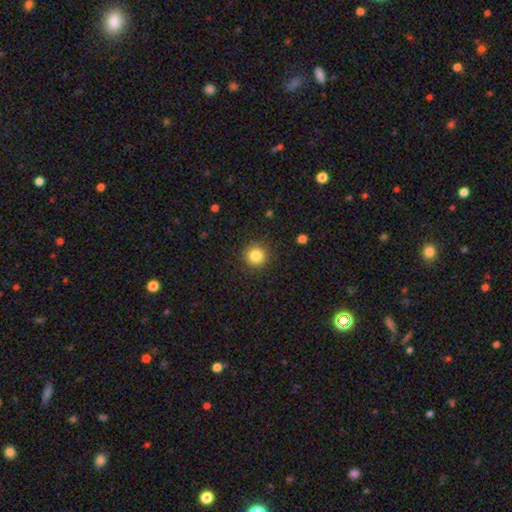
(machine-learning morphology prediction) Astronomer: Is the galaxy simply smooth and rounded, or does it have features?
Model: smooth — 84%.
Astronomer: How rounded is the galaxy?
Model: round — 95%.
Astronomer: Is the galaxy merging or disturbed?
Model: none — 91%.